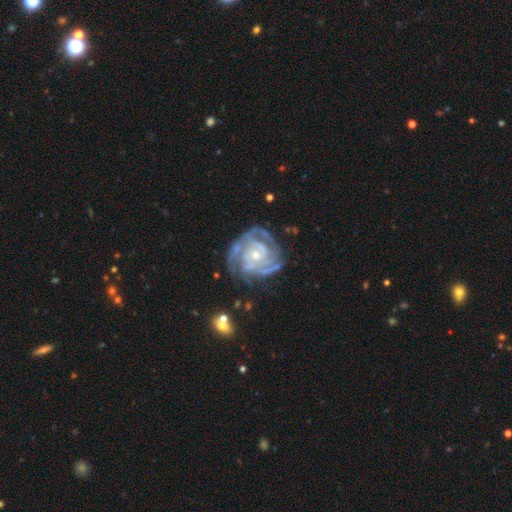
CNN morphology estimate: Smooth or featured? Predicted: featured or disk (p=0.90). Edge-on disk? Predicted: no (p=0.98). Bar? Predicted: no (p=0.67). Spiral arms? Predicted: yes (p=0.96). Spiral winding? Predicted: tight (p=0.68). Spiral arm count? Predicted: 3 (p=0.30). Bulge size? Predicted: small (p=0.59). Merging? Predicted: none (p=0.68).